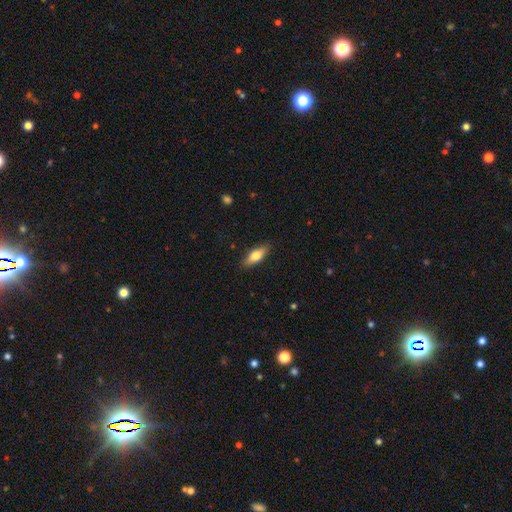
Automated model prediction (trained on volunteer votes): Overall: smooth (70%). How rounded: in between (62%; cigar-shaped 35%). Merging: none (87%).